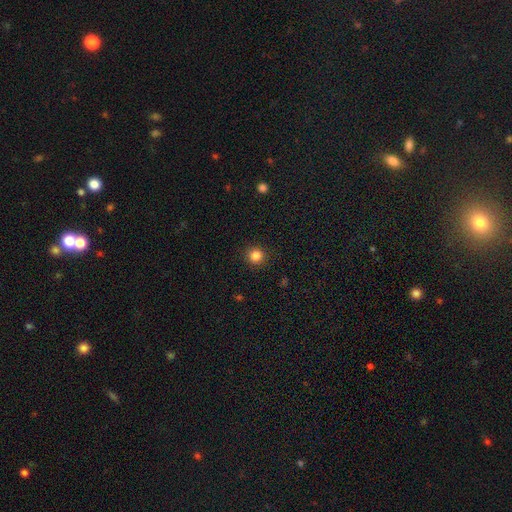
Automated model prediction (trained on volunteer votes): smooth-or-featured: smooth: 84% | star or artifact: 12% | featured or disk: 4%
  how-rounded: round: 94% | in between: 5% | cigar-shaped: 1%
  merging: none: 92% | minor disturbance: 5% | major disturbance: 2% | merger: 1%